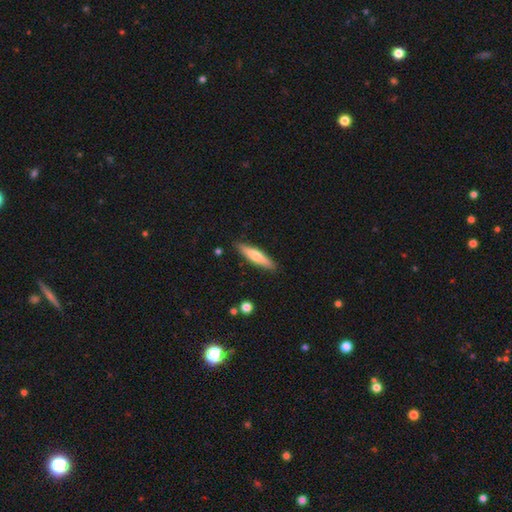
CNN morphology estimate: A smooth galaxy with no disk features (63%) that is cigar-shaped (84%).

Vote fractions:
- Smooth or featured? smooth: 63% / featured or disk: 31% / star or artifact: 5%
- How rounded? cigar-shaped: 84% / in between: 15% / round: 1%
- Merging? none: 88% / minor disturbance: 9% / major disturbance: 2% / merger: 1%